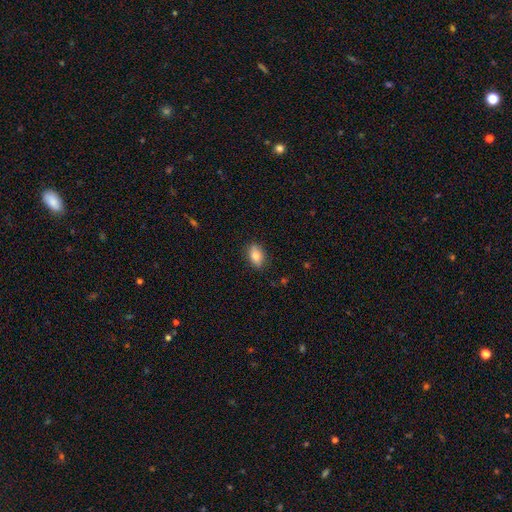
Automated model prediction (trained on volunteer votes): A smooth galaxy with no disk features (81%) that is in between round and cigar-shaped (86%).

Vote fractions:
- Smooth or featured? smooth: 81% / featured or disk: 11% / star or artifact: 8%
- How rounded? in between: 86% / round: 10% / cigar-shaped: 4%
- Merging? none: 84% / minor disturbance: 12% / major disturbance: 2% / merger: 1%